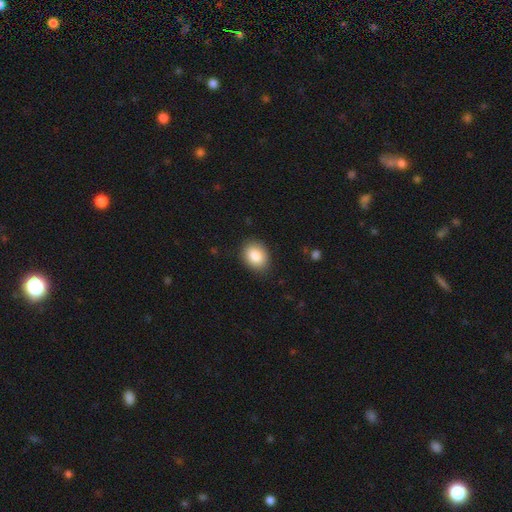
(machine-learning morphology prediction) This is clearly a smooth galaxy (86%). How rounded: likely in between (63%). Merging: clearly none (85%).